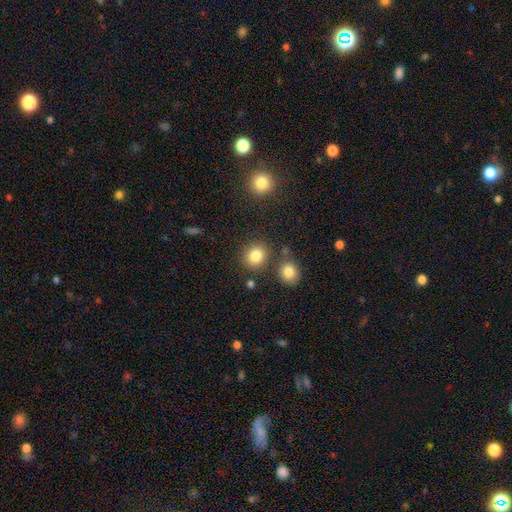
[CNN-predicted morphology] This appears to be a smooth galaxy with no disk features (83%) that is round (77%). Merging: none (79%).